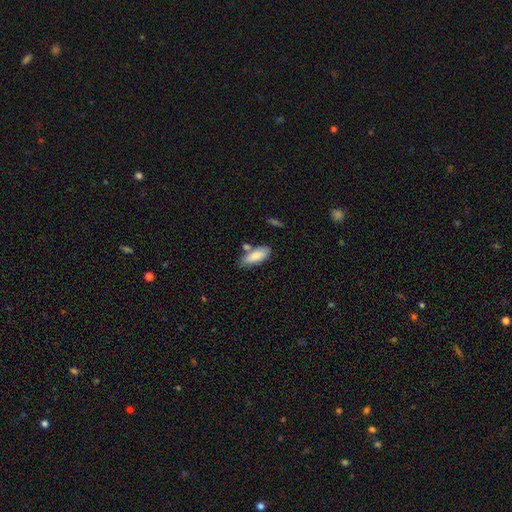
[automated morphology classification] smooth 81%, featured or disk 13%, star or artifact 6%. Down the decision tree: how rounded — in between (77%); merging — none (66%).